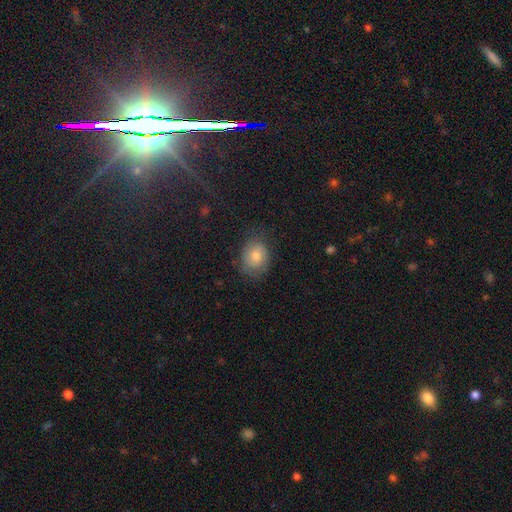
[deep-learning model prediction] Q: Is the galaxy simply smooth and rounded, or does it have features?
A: smooth — 62%.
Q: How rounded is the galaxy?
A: in between — 60%.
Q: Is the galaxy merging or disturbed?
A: none — 71%.